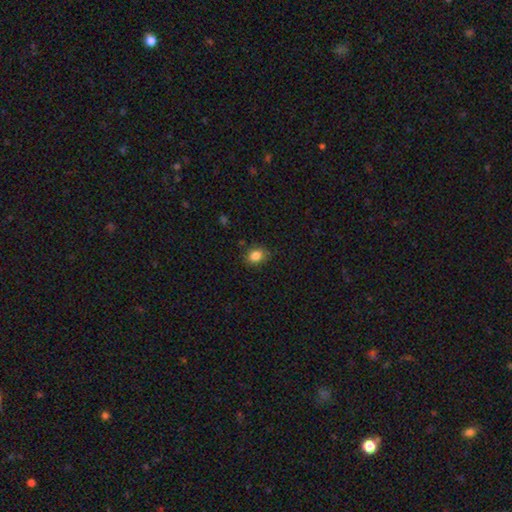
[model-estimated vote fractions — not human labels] A smooth galaxy with no disk features (84%) that is round (53%). Merging: none (81%).